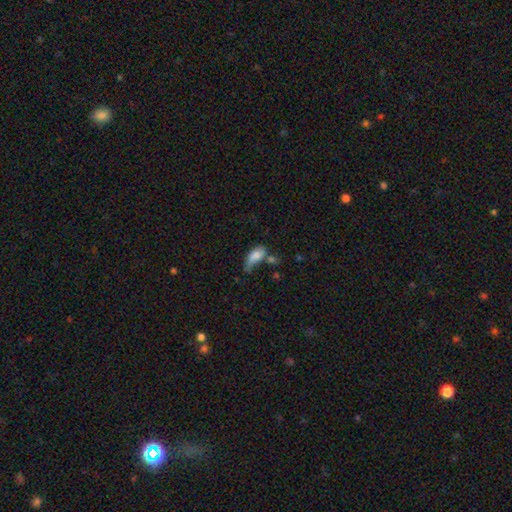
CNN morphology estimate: smooth_or_featured: smooth (p=0.72) [alt: featured or disk p=0.20]
how_rounded: in between (p=0.85) [alt: cigar-shaped p=0.10]
merging: none (p=0.27) [tied with: minor disturbance p=0.27]